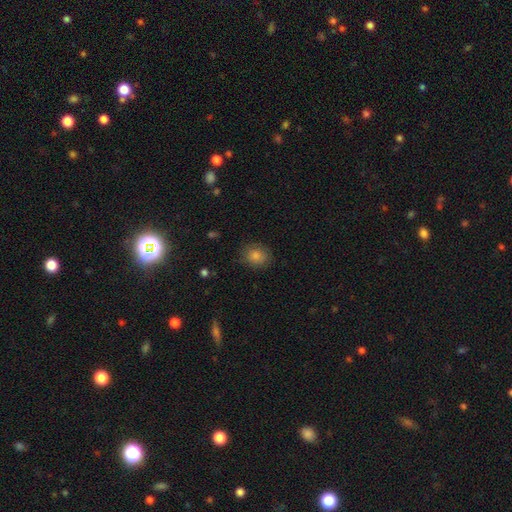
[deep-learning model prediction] A smooth galaxy with no disk features (75%) that is round (61%).

Vote fractions:
- Smooth or featured? smooth: 75% / star or artifact: 16% / featured or disk: 9%
- How rounded? round: 61% / in between: 38% / cigar-shaped: 1%
- Merging? none: 84% / minor disturbance: 12% / major disturbance: 3% / merger: 1%